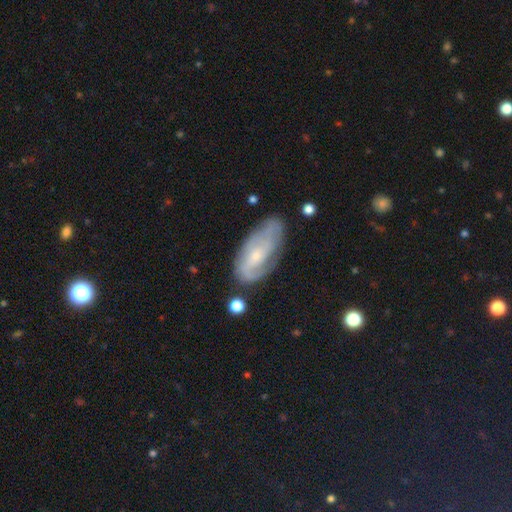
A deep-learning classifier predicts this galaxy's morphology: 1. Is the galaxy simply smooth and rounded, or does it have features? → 66% featured or disk, 27% smooth, 7% star or artifact.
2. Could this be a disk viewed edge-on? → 91% no, 9% yes.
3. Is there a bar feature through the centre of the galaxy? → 58% no, 33% weak, 9% strong.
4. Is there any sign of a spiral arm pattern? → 84% yes, 16% no.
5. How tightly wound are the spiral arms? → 42% tight, 38% medium, 20% loose.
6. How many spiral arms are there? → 44% 2, 32% can't tell, 14% 1, 6% 3, 2% 4, 2% more than 4.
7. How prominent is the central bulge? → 67% small, 27% moderate, 4% none, 2% large, 1% dominant.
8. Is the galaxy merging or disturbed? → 61% none, 25% minor disturbance, 10% major disturbance, 3% merger.